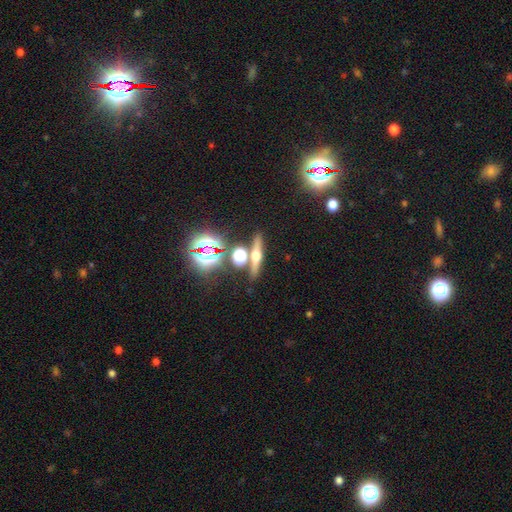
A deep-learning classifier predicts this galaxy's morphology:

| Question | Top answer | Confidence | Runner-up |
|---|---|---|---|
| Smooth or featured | featured or disk | 55% | smooth (25%) |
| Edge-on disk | yes | 91% | no (9%) |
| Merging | none | 80% | merger (10%) |